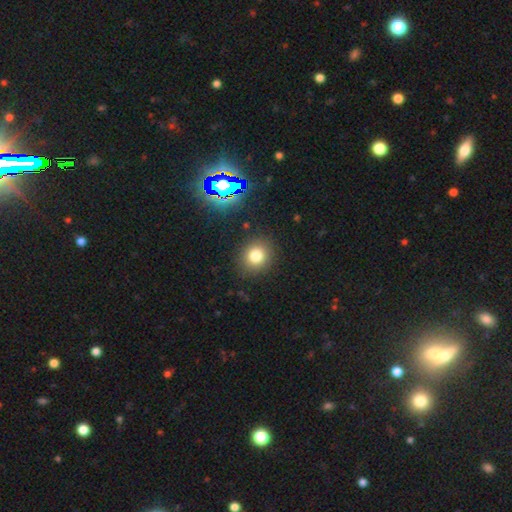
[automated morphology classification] smooth_or_featured: smooth (p=0.77) [alt: star or artifact p=0.16]
how_rounded: round (p=0.80) [alt: in between p=0.19]
merging: none (p=0.88) [alt: minor disturbance p=0.08]